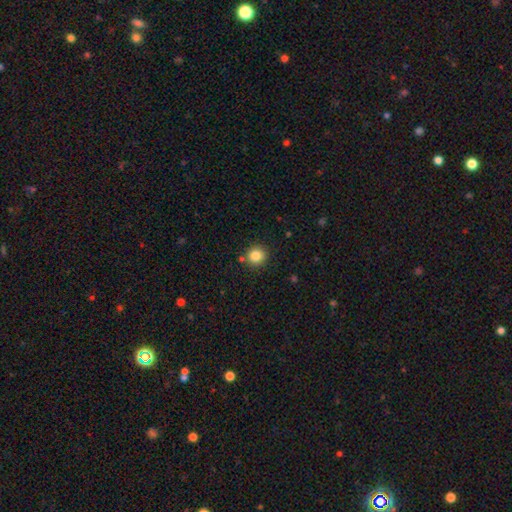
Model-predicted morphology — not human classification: Smooth or featured?
  - smooth: 84% *
  - star or artifact: 11%
  - featured or disk: 5%
How rounded?
  - round: 90% *
  - in between: 9%
  - cigar-shaped: 1%
Merging?
  - none: 85% *
  - minor disturbance: 8%
  - merger: 5%
  - major disturbance: 2%